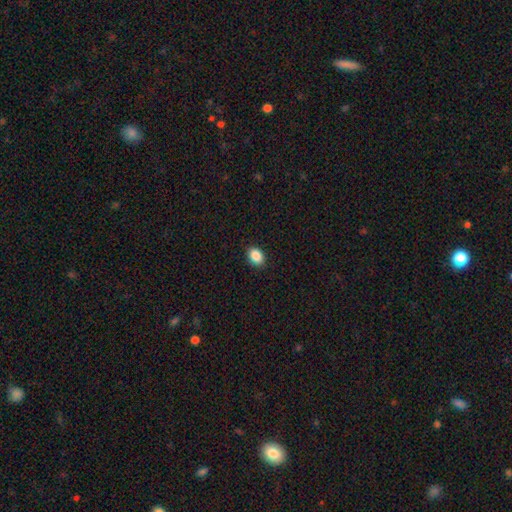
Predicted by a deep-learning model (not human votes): Smooth or featured?
  - smooth: 88% *
  - star or artifact: 9%
  - featured or disk: 3%
How rounded?
  - in between: 73% *
  - round: 26%
  - cigar-shaped: 1%
Merging?
  - none: 90% *
  - minor disturbance: 8%
  - major disturbance: 2%
  - merger: 1%